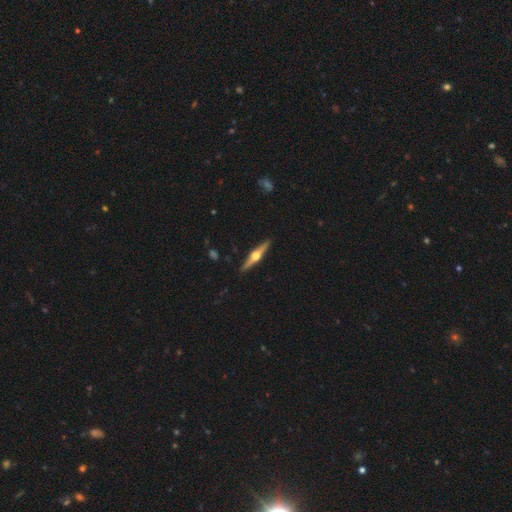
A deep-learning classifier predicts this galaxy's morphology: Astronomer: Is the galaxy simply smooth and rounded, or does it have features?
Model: featured or disk — 78%.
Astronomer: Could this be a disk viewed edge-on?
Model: yes — 98%.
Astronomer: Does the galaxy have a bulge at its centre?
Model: rounded — 96%.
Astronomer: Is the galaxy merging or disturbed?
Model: none — 91%.